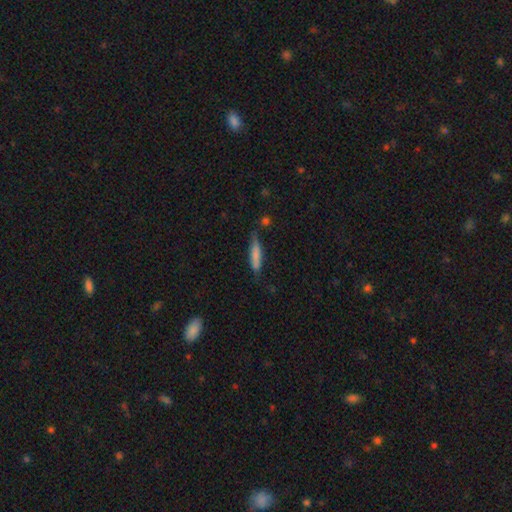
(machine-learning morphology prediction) smooth-or-featured: smooth: 73% | featured or disk: 20% | star or artifact: 7%
  how-rounded: cigar-shaped: 82% | in between: 17% | round: 2%
  merging: none: 65% | minor disturbance: 25% | major disturbance: 5% | merger: 5%